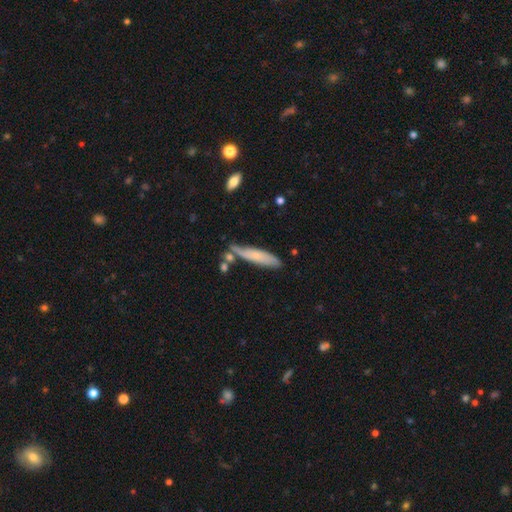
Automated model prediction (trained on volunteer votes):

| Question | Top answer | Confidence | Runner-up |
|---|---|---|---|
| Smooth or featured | smooth | 64% | featured or disk (29%) |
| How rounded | cigar-shaped | 78% | in between (20%) |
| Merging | none | 62% | minor disturbance (24%) |